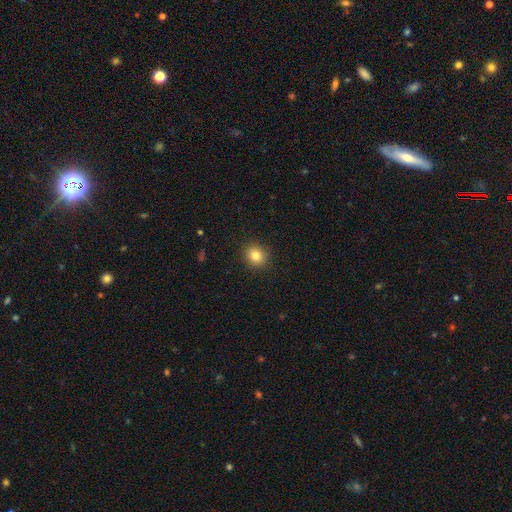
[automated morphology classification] Smooth or featured?
  - smooth: 82% *
  - star or artifact: 11%
  - featured or disk: 7%
How rounded?
  - round: 84% *
  - in between: 15%
  - cigar-shaped: 1%
Merging?
  - none: 91% *
  - minor disturbance: 6%
  - major disturbance: 2%
  - merger: 1%